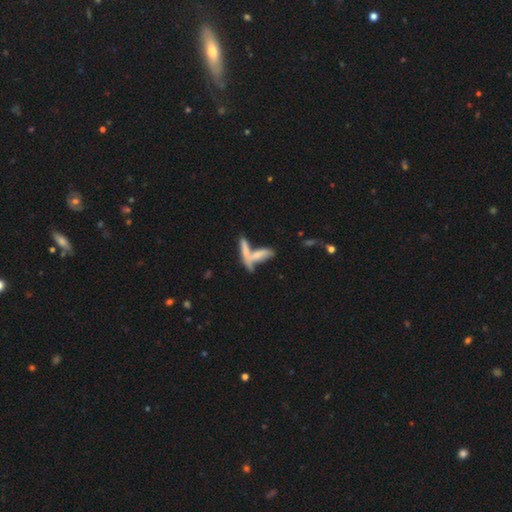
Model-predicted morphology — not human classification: Smooth or featured: smooth — 58% (featured or disk — 32%)
How rounded: cigar-shaped — 62% (in between — 36%)
Merging: merger — 59% (none — 26%)